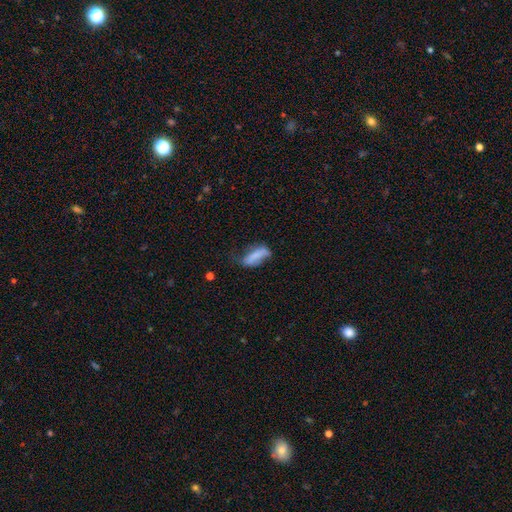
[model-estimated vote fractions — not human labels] smooth_or_featured: smooth (p=0.66) [alt: featured or disk p=0.25]
how_rounded: in between (p=0.69) [alt: cigar-shaped p=0.28]
merging: minor disturbance (p=0.34) [alt: none p=0.32]